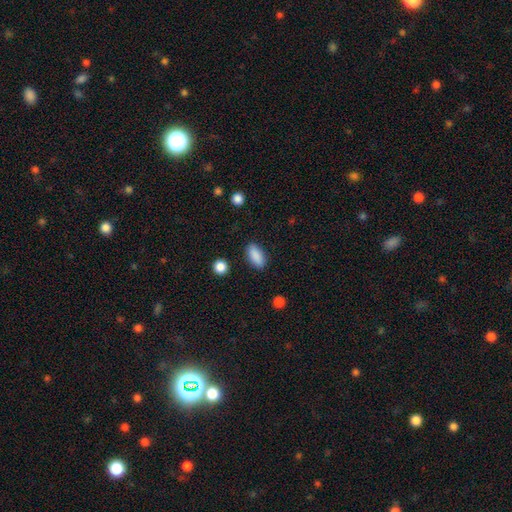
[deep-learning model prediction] Smooth or featured: smooth — 89% (star or artifact — 7%)
How rounded: in between — 86% (cigar-shaped — 11%)
Merging: none — 88% (minor disturbance — 8%)